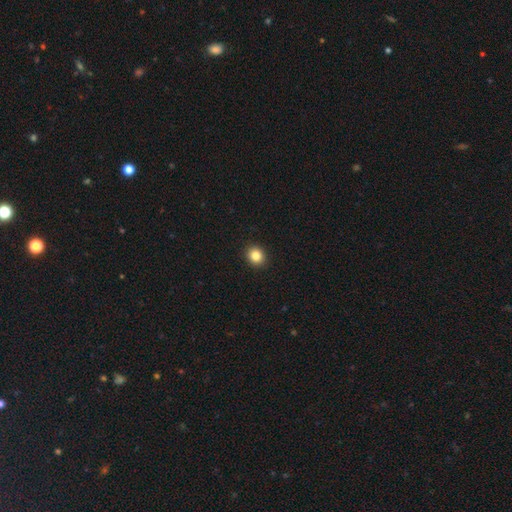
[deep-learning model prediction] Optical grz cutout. It shows a smooth galaxy with no disk features (84%) that is round (77%). Merging: none (92%).